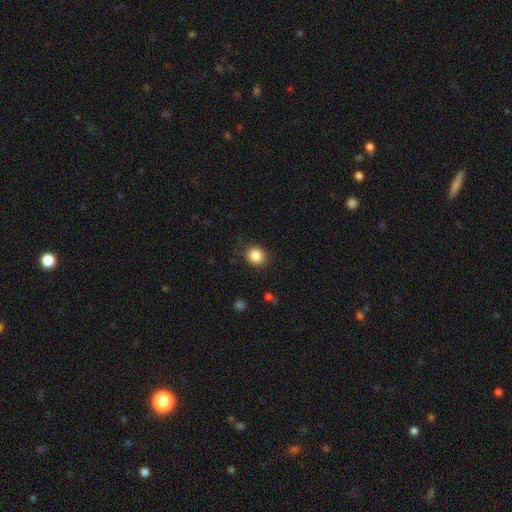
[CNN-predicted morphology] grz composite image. It shows a smooth galaxy with no disk features (86%) that is round (71%). Merging: none (86%).